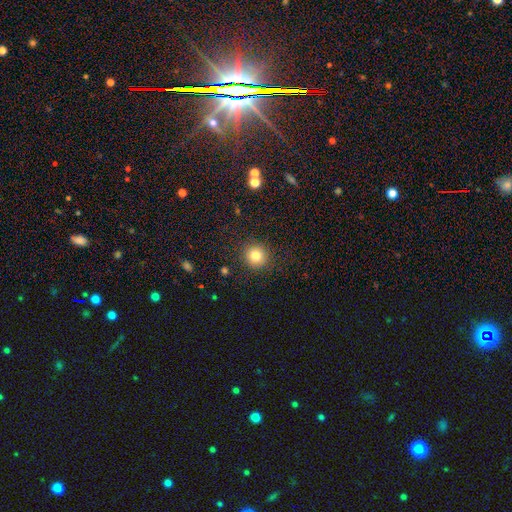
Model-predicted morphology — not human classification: This appears to be a smooth galaxy with no disk features (81%) that is round (93%). Merging: none (91%).